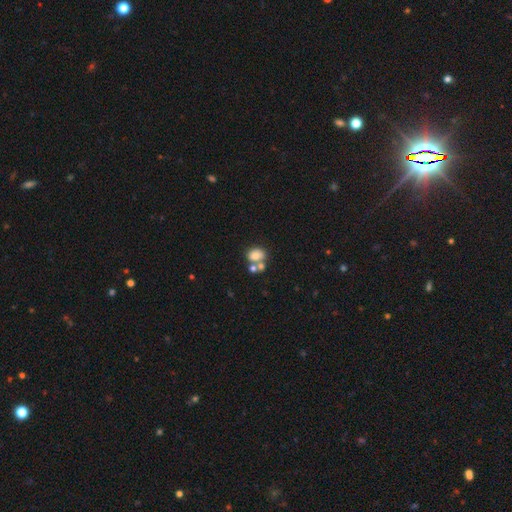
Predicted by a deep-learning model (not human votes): smooth-or-featured: smooth: 77% | featured or disk: 12% | star or artifact: 11%
  how-rounded: in between: 63% | round: 36% | cigar-shaped: 1%
  merging: merger: 42% | none: 40% | minor disturbance: 12% | major disturbance: 6%